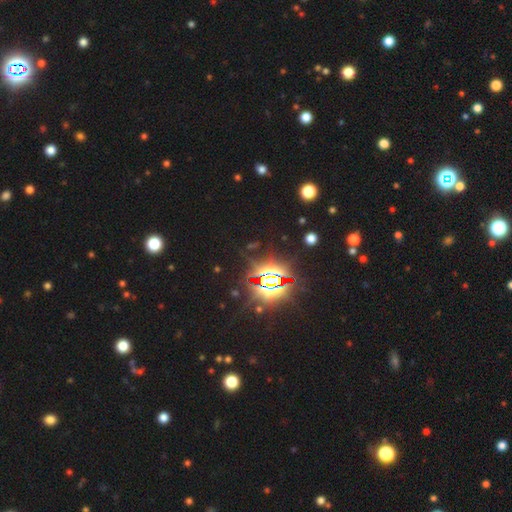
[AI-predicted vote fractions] Morphology: type=star or artifact (85%).